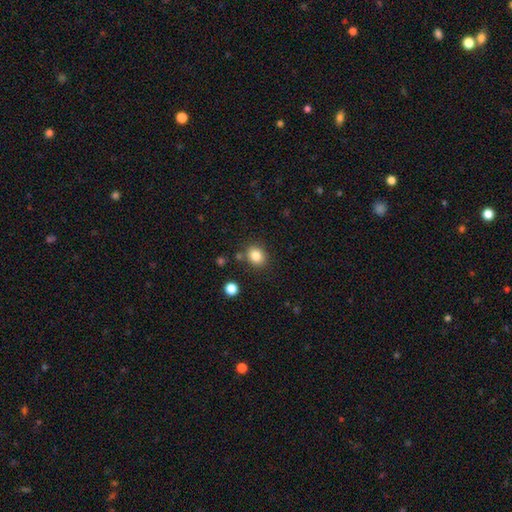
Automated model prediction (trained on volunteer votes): The model was most divided on "how rounded": round: 66%, in between: 34%, cigar-shaped: 1%. More confident: smooth or featured — smooth (83%); merging — none (82%).